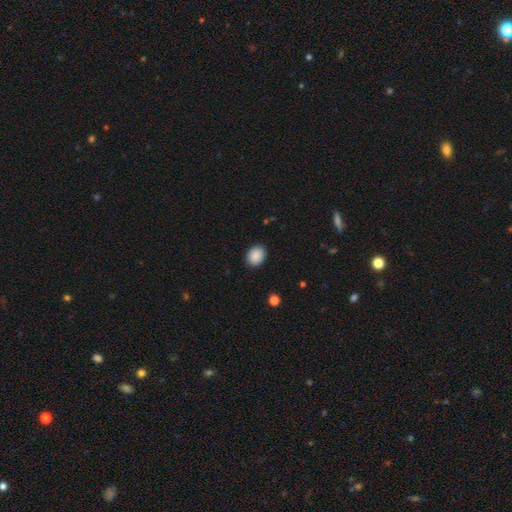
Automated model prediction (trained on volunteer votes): The model was most divided on "how rounded": round: 51%, in between: 48%, cigar-shaped: 1%. More confident: merging — none (90%); smooth or featured — smooth (89%).